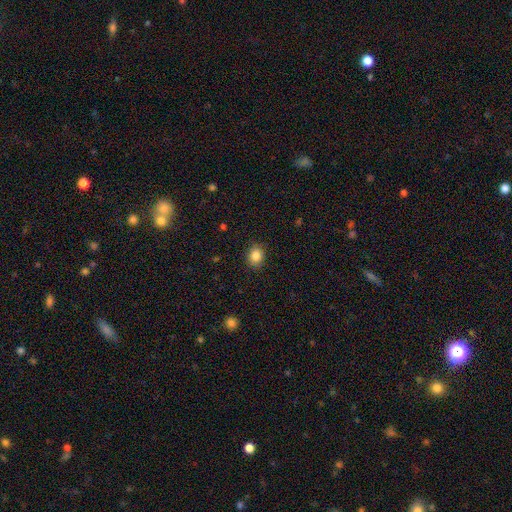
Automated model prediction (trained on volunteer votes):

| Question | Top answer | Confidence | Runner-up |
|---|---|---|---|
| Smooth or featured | smooth | 86% | star or artifact (9%) |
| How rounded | round | 52% | in between (47%) |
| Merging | none | 87% | minor disturbance (9%) |